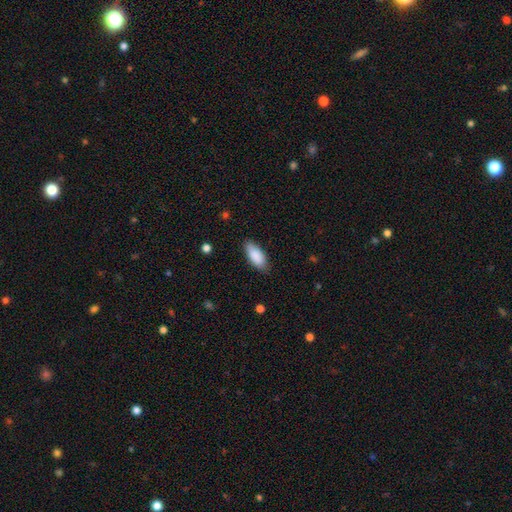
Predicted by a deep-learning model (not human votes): A smooth galaxy with no disk features (88%) that is in between round and cigar-shaped (86%). Merging: none (81%).